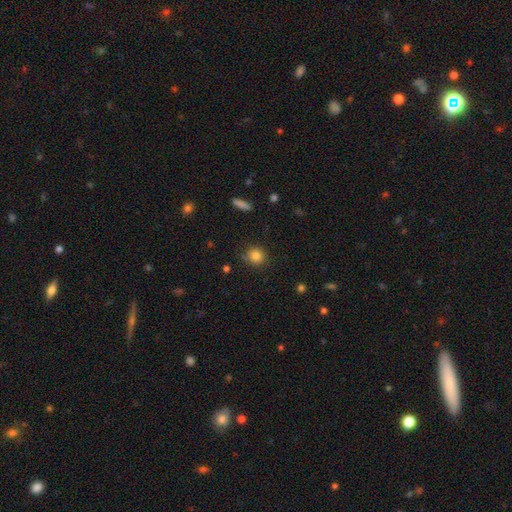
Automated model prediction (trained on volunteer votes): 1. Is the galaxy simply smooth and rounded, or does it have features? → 83% smooth, 11% star or artifact, 6% featured or disk.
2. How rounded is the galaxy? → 89% round, 10% in between, 1% cigar-shaped.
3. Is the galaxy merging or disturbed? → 81% none, 14% minor disturbance, 3% major disturbance, 2% merger.